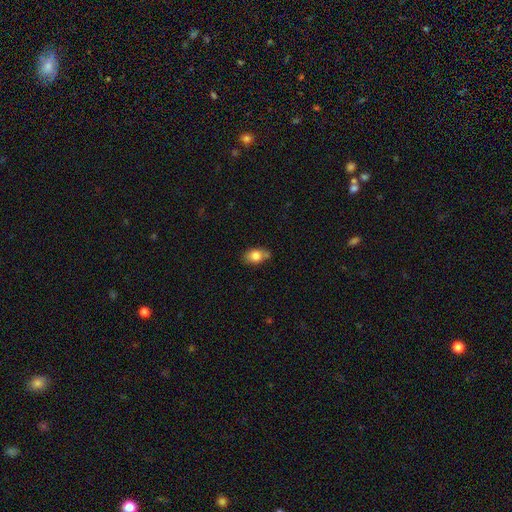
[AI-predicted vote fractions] Overall: smooth (80%). How rounded: in between (80%). Merging: none (64%).